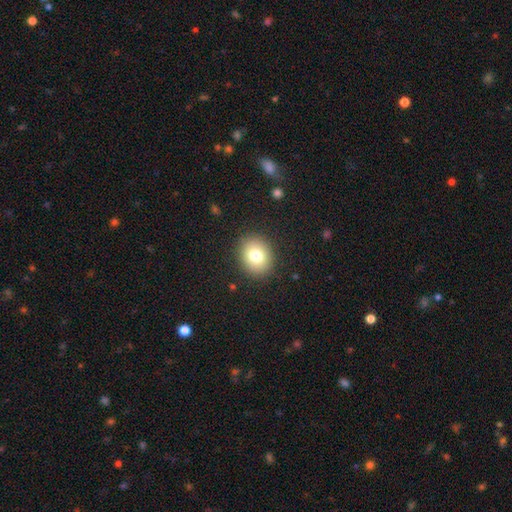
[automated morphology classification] smooth 78%, featured or disk 11%, star or artifact 10%. Down the decision tree: how rounded — round (65%); merging — none (89%).